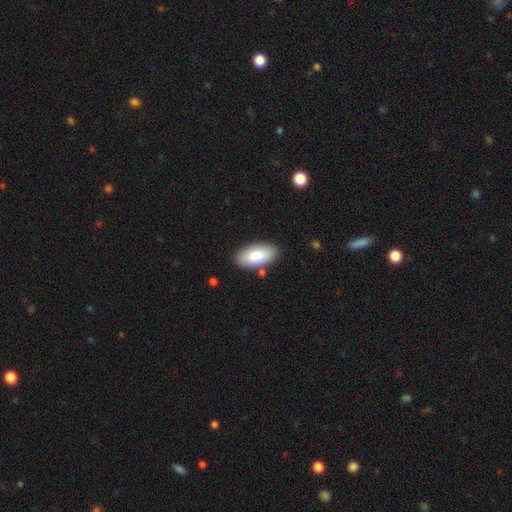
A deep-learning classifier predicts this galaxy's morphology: Q: Smooth or featured?
A: smooth (82%); runner-up: featured or disk (12%)
Q: How rounded?
A: in between (95%); runner-up: cigar-shaped (3%)
Q: Merging?
A: none (85%); runner-up: minor disturbance (10%)